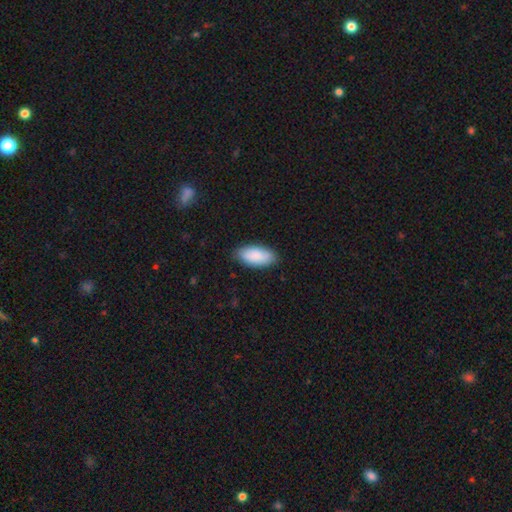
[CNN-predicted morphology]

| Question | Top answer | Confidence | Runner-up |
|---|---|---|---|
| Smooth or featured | smooth | 88% | featured or disk (7%) |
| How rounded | in between | 91% | cigar-shaped (7%) |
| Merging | none | 84% | minor disturbance (12%) |